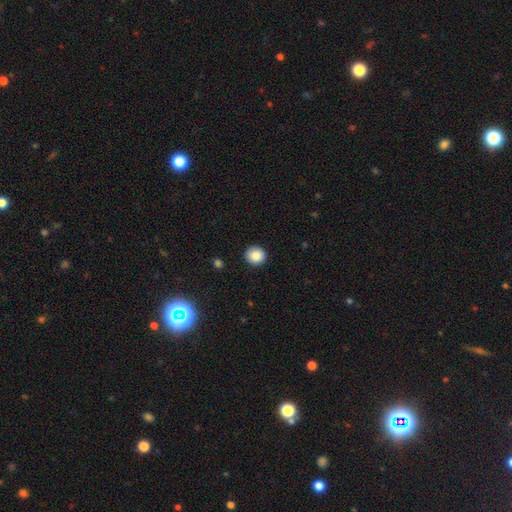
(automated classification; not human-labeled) The model was most divided on "smooth or featured": smooth: 86%, star or artifact: 9%, featured or disk: 5%. More confident: merging — none (91%); how rounded — round (90%).